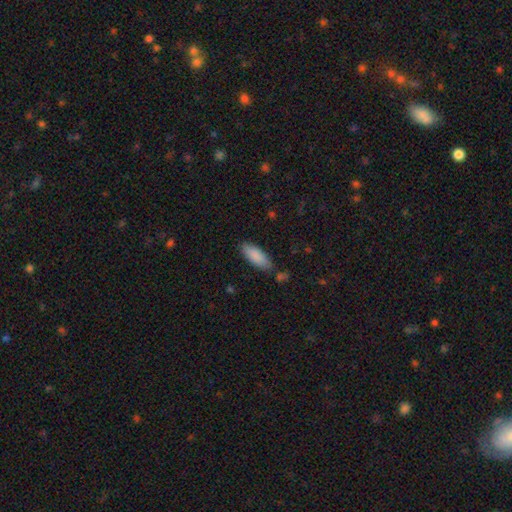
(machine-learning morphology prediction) The model was most divided on "how rounded": in between: 74%, cigar-shaped: 25%, round: 2%. More confident: smooth or featured — smooth (88%); merging — none (79%).